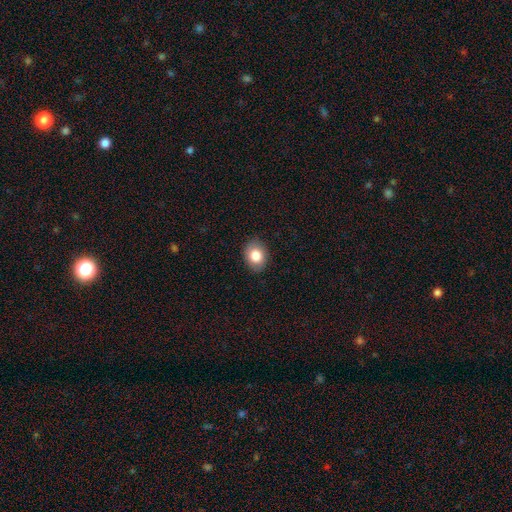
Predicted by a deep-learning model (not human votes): Smooth or featured: smooth — 83% (featured or disk — 9%)
How rounded: in between — 61% (round — 38%)
Merging: none — 87% (minor disturbance — 10%)